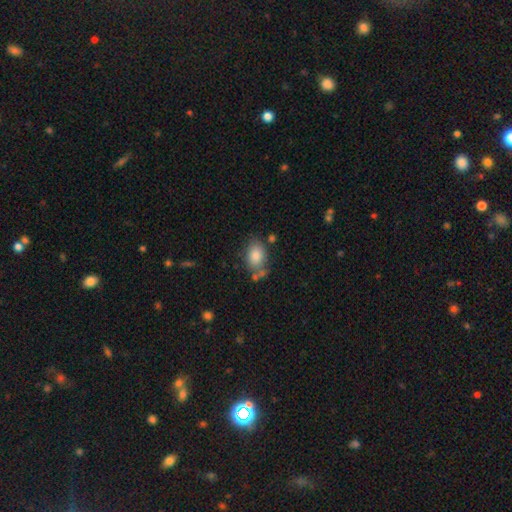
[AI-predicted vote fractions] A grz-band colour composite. It shows a smooth galaxy with no disk features (83%) that is in between round and cigar-shaped (81%). Merging: none (62%).